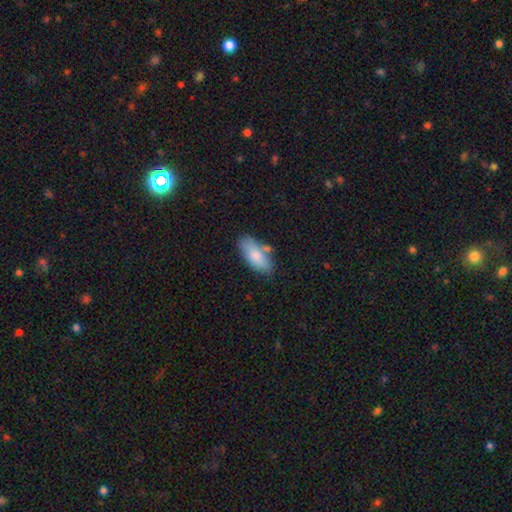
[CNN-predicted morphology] smooth-or-featured: smooth: 80% | featured or disk: 14% | star or artifact: 6%
  how-rounded: in between: 82% | cigar-shaped: 15% | round: 2%
  merging: none: 65% | minor disturbance: 19% | merger: 12% | major disturbance: 5%